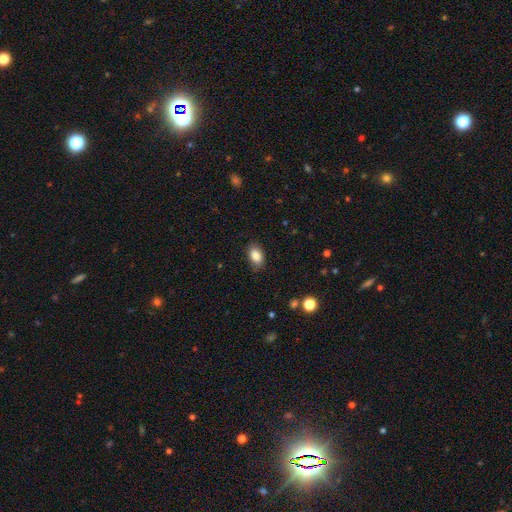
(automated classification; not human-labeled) Overall: smooth (86%). How rounded: in between (89%). Merging: none (84%).